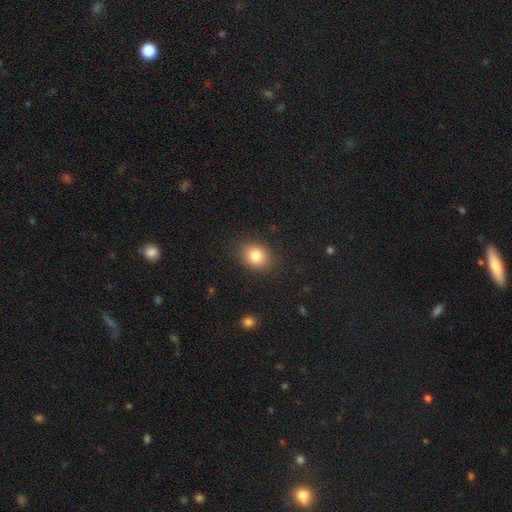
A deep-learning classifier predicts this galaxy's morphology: smooth_or_featured: smooth (p=0.83) [alt: star or artifact p=0.10]
how_rounded: round (p=0.54) [alt: in between p=0.45]
merging: none (p=0.87) [alt: minor disturbance p=0.09]